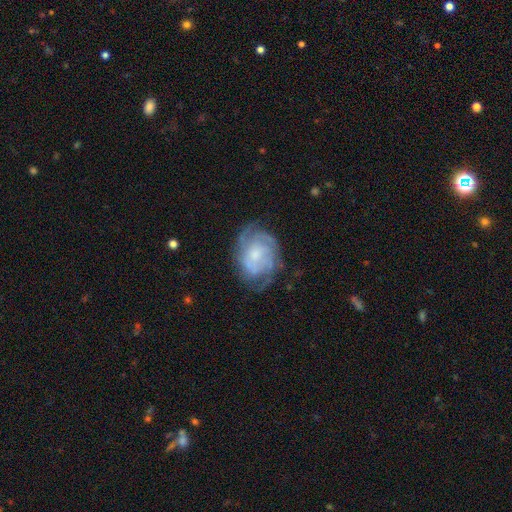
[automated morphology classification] A featured or disk galaxy (78%) with no bar (69%), tight (56%) spiral arms (92%) and a small central bulge (43%).

Vote fractions:
- Smooth or featured? featured or disk: 78% / smooth: 15% / star or artifact: 6%
- Edge-on disk? no: 98% / yes: 2%
- Bar? no: 69% / weak: 27% / strong: 4%
- Spiral arms? yes: 92% / no: 8%
- Spiral winding? tight: 56% / medium: 34% / loose: 10%
- Spiral arm count? can't tell: 37% / 3: 21% / 2: 20% / 4: 10% / 1: 6% / more than 4: 5%
- Bulge size? small: 43% / moderate: 41% / none: 8% / large: 7% / dominant: 1%
- Merging? none: 65% / minor disturbance: 22% / major disturbance: 11% / merger: 2%